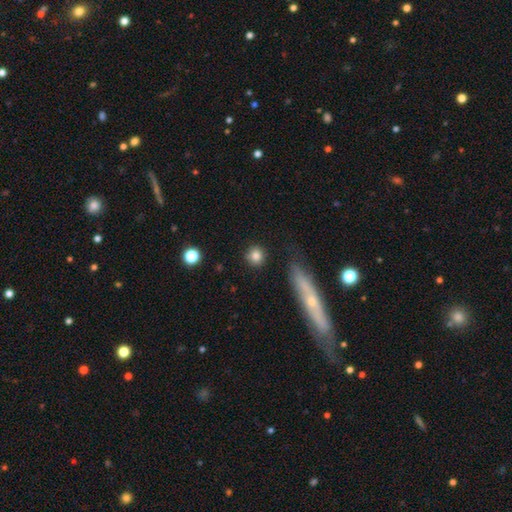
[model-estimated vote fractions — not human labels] Smooth or featured? Predicted: smooth (p=0.83). How rounded? Predicted: round (p=0.89). Merging? Predicted: none (p=0.85).